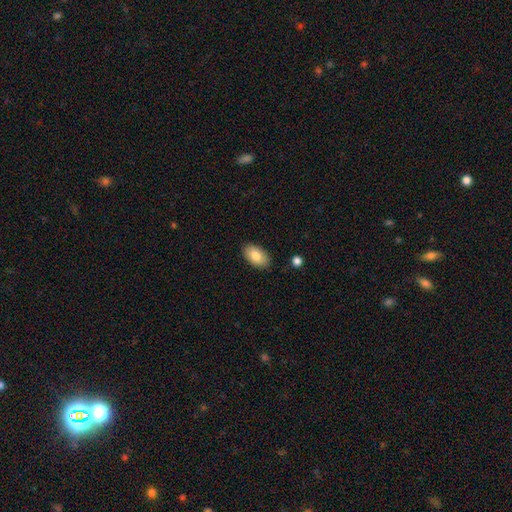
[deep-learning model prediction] smooth 82%, featured or disk 12%, star or artifact 7%. Down the decision tree: how rounded — in between (93%); merging — none (86%).